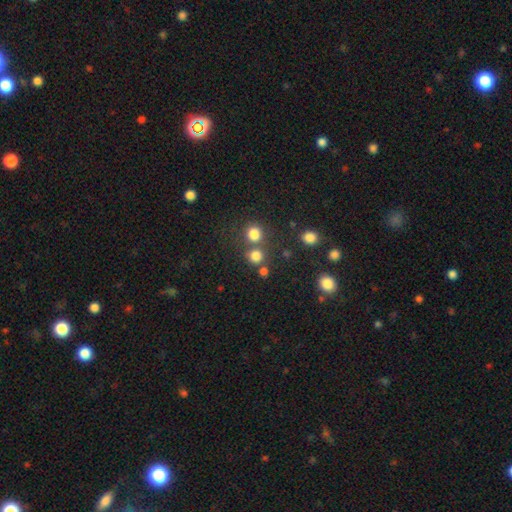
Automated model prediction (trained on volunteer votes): Morphology: type=smooth (77%); roundness=round (88%); merging=none (65%).